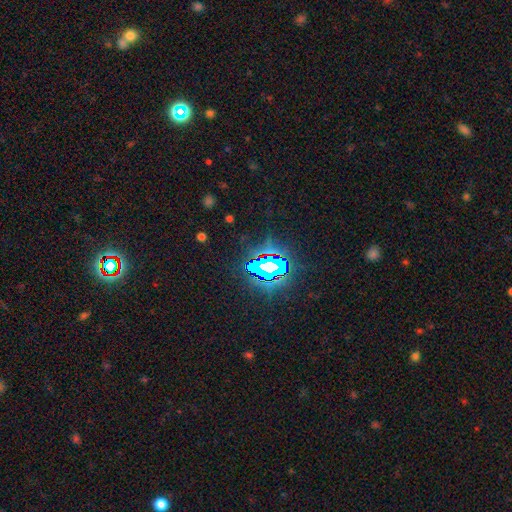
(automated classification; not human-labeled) Overall: star or artifact (74%).